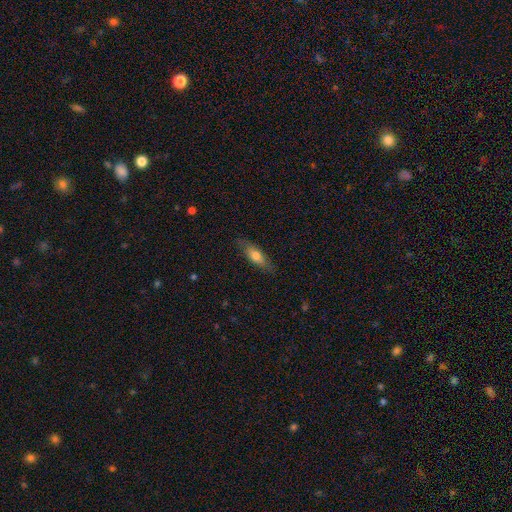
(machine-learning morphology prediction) Overall: smooth (68%). How rounded: in between (60%; cigar-shaped 37%). Merging: none (81%).